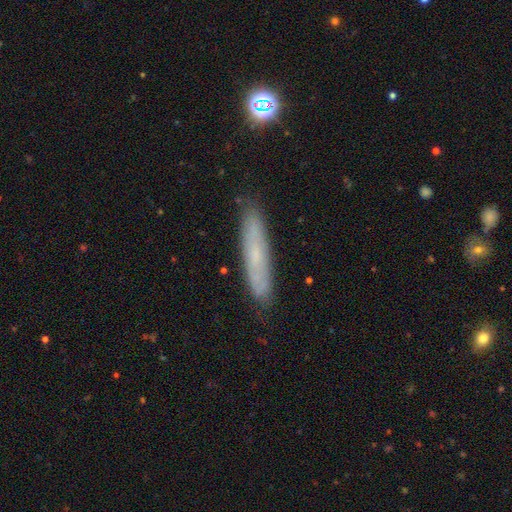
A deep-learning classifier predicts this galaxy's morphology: smooth_or_featured: smooth (p=0.51) [alt: featured or disk p=0.40]
how_rounded: cigar-shaped (p=0.88) [alt: in between p=0.11]
merging: none (p=0.83) [alt: minor disturbance p=0.13]